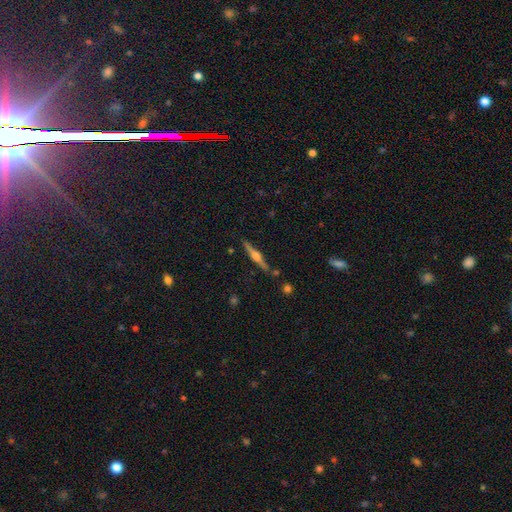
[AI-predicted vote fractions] Smooth or featured?
  - featured or disk: 76% *
  - smooth: 18%
  - star or artifact: 6%
Edge-on disk?
  - yes: 98% *
  - no: 2%
Edge-on bulge?
  - rounded: 89% *
  - boxy: 8%
  - none: 3%
Merging?
  - none: 87% *
  - minor disturbance: 8%
  - merger: 3%
  - major disturbance: 2%